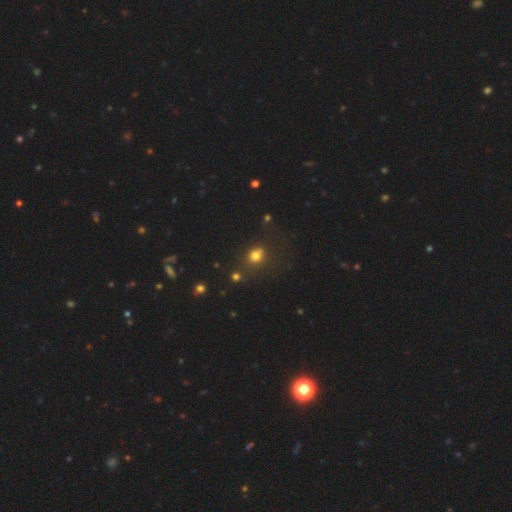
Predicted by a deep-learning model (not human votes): A smooth galaxy with no disk features (72%) that is round (67%).

Vote fractions:
- Smooth or featured? smooth: 72% / star or artifact: 19% / featured or disk: 9%
- How rounded? round: 67% / in between: 31% / cigar-shaped: 2%
- Merging? none: 64% / minor disturbance: 17% / merger: 10% / major disturbance: 9%